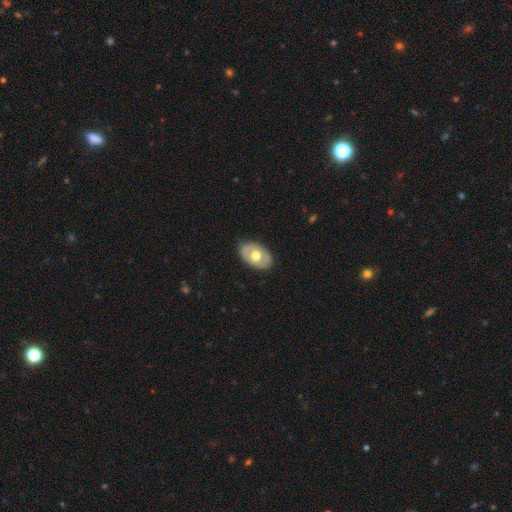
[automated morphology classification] The model was most divided on "smooth or featured": smooth: 49%, featured or disk: 46%, star or artifact: 5%. More confident: merging — none (83%).